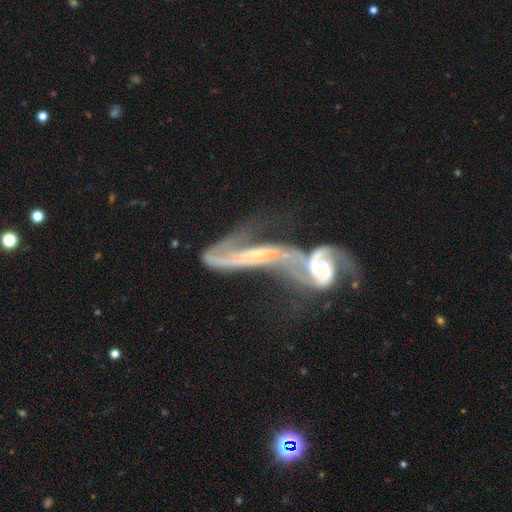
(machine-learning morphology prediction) Smooth or featured?
  - featured or disk: 79% *
  - smooth: 12%
  - star or artifact: 9%
Edge-on disk?
  - no: 80% *
  - yes: 20%
Bar?
  - no: 40% *
  - weak: 30%
  - strong: 30%
Spiral arms?
  - yes: 85% *
  - no: 15%
Spiral winding?
  - loose: 68% *
  - medium: 21%
  - tight: 11%
Spiral arm count?
  - 2: 75% *
  - can't tell: 11%
  - 1: 9%
  - 3: 2%
  - 4: 1%
  - more than 4: 1%
Bulge size?
  - small: 49% *
  - moderate: 27%
  - none: 19%
  - large: 3%
  - dominant: 2%
Merging?
  - merger: 71% *
  - major disturbance: 13%
  - none: 10%
  - minor disturbance: 6%